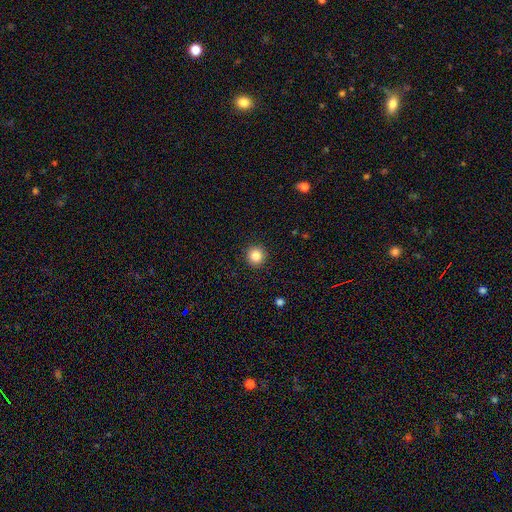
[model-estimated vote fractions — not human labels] smooth_or_featured: smooth (p=0.86) [alt: star or artifact p=0.10]
how_rounded: round (p=0.95) [alt: in between p=0.04]
merging: none (p=0.92) [alt: minor disturbance p=0.05]